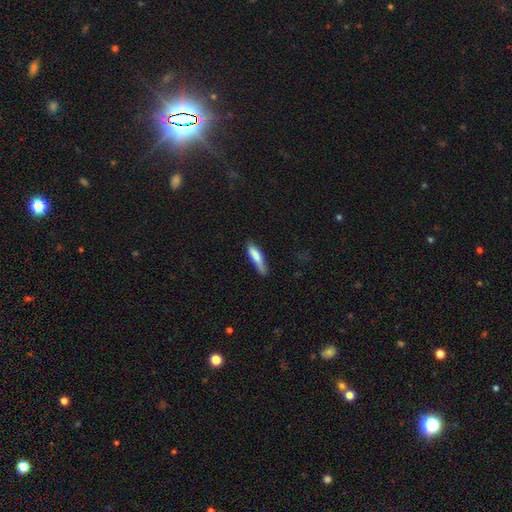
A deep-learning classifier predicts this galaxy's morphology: smooth_or_featured: smooth (p=0.79) [alt: featured or disk p=0.15]
how_rounded: cigar-shaped (p=0.77) [alt: in between p=0.22]
merging: none (p=0.61) [alt: minor disturbance p=0.30]